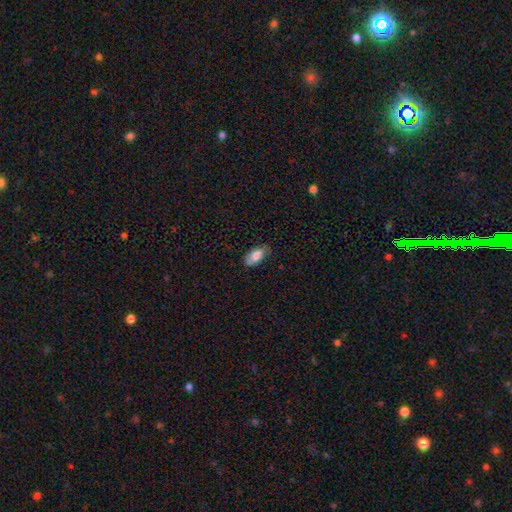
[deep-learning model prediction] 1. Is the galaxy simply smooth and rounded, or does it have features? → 84% smooth, 9% featured or disk, 7% star or artifact.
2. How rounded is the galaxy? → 90% in between, 7% cigar-shaped, 3% round.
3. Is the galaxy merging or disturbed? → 76% none, 19% minor disturbance, 3% major disturbance, 1% merger.